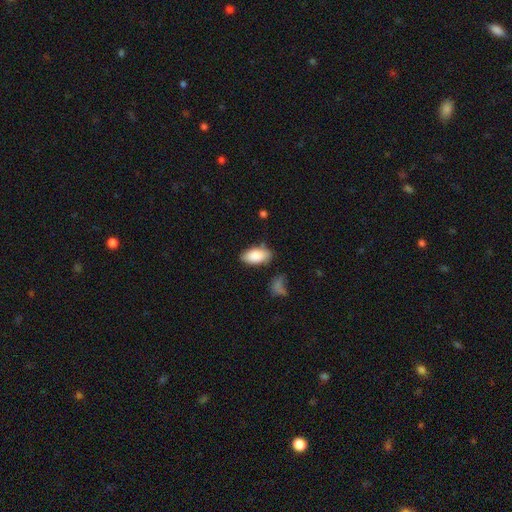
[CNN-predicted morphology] A smooth galaxy with no disk features (87%) that is in between round and cigar-shaped (94%). Merging: none (72%).